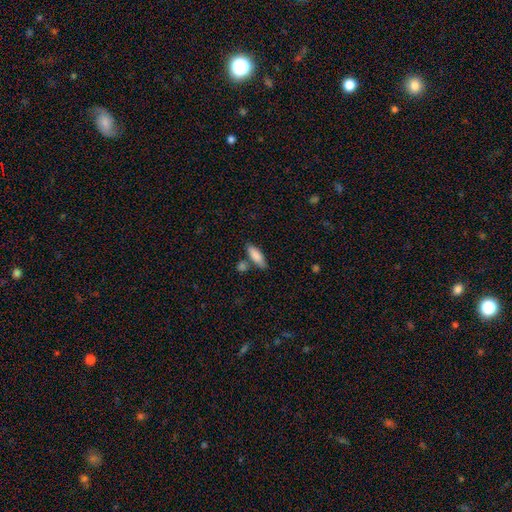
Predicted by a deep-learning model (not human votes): smooth 85%, featured or disk 9%, star or artifact 6%. Down the decision tree: how rounded — in between (63%); merging — none (69%).